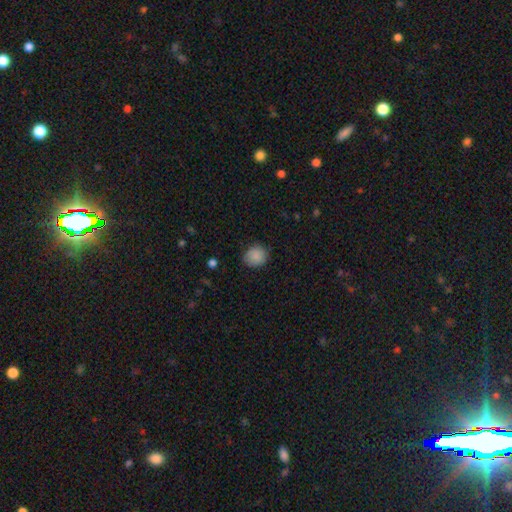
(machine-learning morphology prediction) Smooth or featured: smooth — 87% (star or artifact — 8%)
How rounded: round — 78% (in between — 21%)
Merging: none — 81% (minor disturbance — 15%)